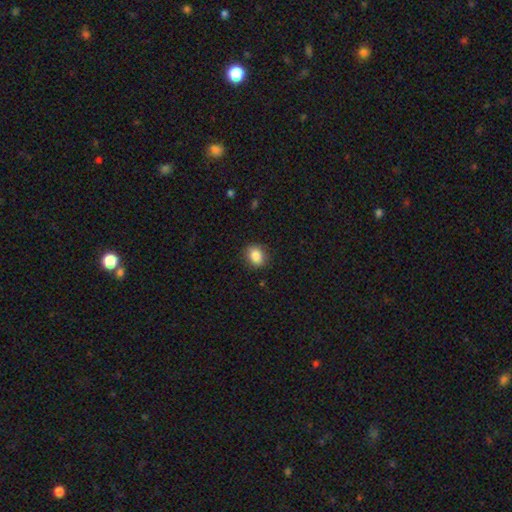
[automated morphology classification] Q: Smooth or featured?
A: smooth (86%); runner-up: star or artifact (9%)
Q: How rounded?
A: in between (50%); runner-up: round (49%)
Q: Merging?
A: none (86%); runner-up: minor disturbance (11%)